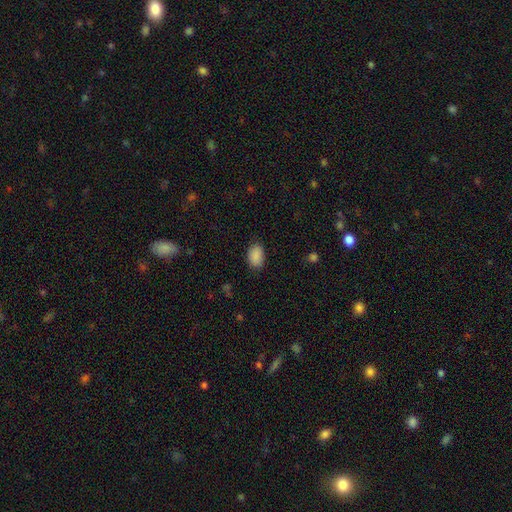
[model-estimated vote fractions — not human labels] The model was most divided on "merging": none: 82%, minor disturbance: 14%, major disturbance: 3%, merger: 1%. More confident: smooth or featured — smooth (89%); how rounded — in between (86%).